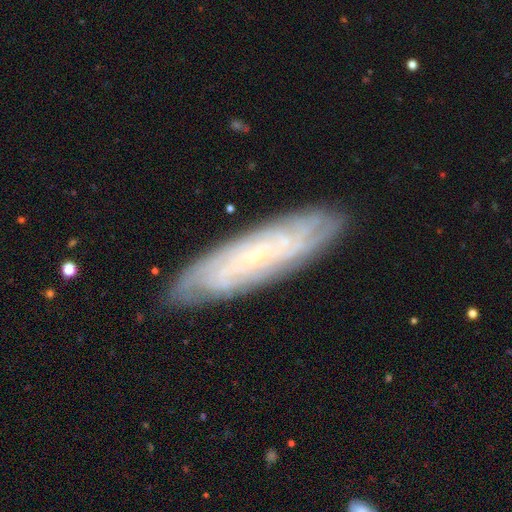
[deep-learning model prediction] Smooth or featured? featured or disk (75%)
Edge-on disk? no (77%)
Bar? no (68%)
Spiral arms? yes (93%)
Spiral winding? tight (76%)
Spiral arm count? can't tell (52%)
Bulge size? small (86%)
Merging? none (85%)